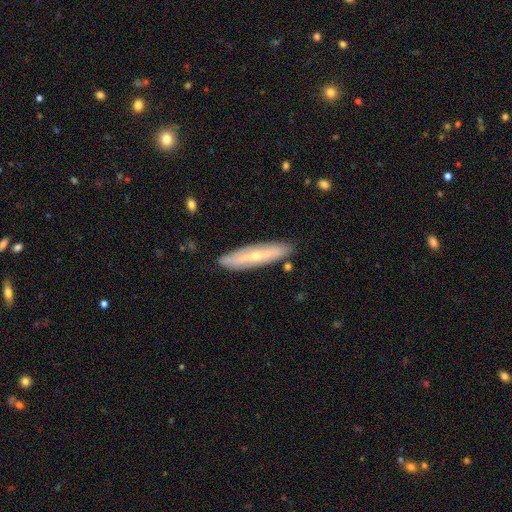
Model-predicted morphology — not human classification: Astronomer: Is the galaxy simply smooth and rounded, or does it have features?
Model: featured or disk — 55% (runner-up: smooth, 39%).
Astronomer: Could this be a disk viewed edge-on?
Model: yes — 64%.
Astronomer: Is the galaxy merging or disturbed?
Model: none — 86%.